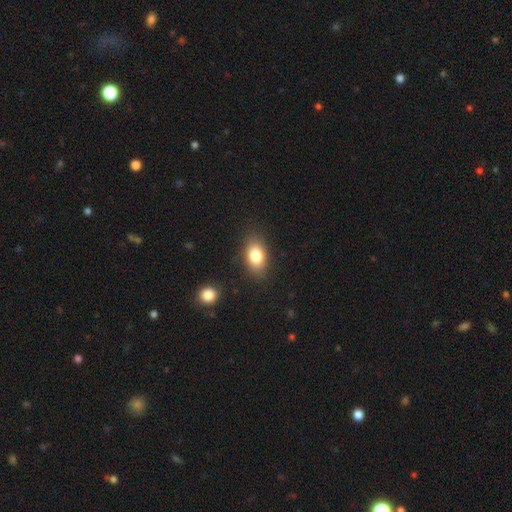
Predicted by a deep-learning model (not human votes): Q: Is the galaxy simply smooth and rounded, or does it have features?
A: smooth — 81%.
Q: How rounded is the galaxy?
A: in between — 88%.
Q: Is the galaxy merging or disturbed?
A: none — 85%.